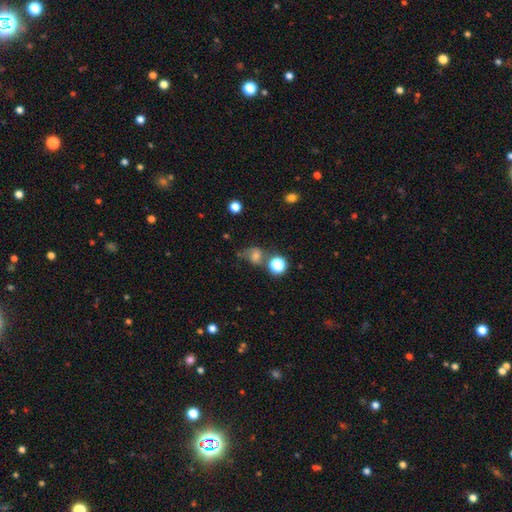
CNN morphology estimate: smooth-or-featured: smooth: 56% | featured or disk: 24% | star or artifact: 20%
  how-rounded: round: 64% | in between: 35% | cigar-shaped: 1%
  merging: none: 41% | minor disturbance: 23% | major disturbance: 20% | merger: 16%